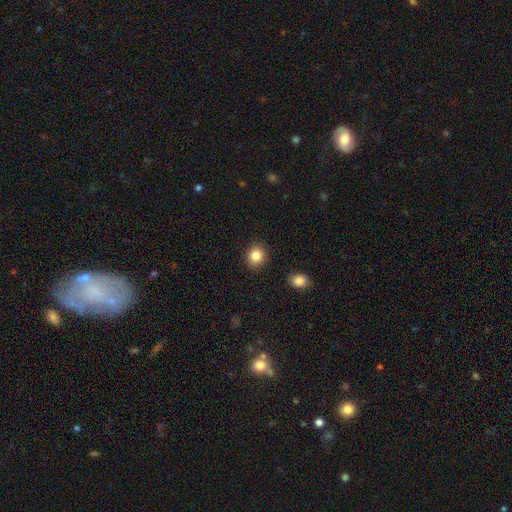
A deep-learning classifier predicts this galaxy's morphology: Smooth or featured? smooth (84%)
How rounded? round (78%)
Merging? none (90%)